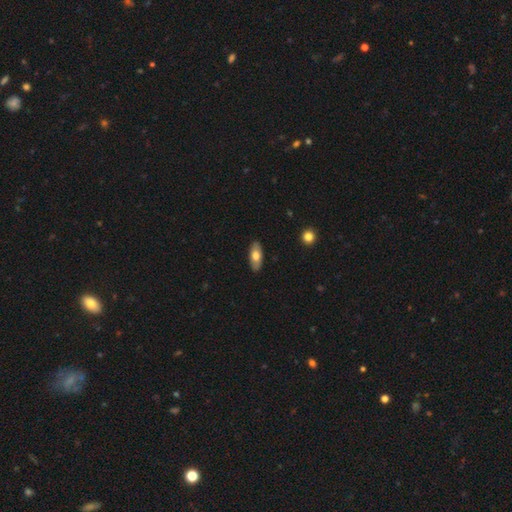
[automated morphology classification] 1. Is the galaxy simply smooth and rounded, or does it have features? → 68% smooth, 26% featured or disk, 6% star or artifact.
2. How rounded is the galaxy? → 86% in between, 12% cigar-shaped, 3% round.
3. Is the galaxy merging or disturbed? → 88% none, 9% minor disturbance, 2% major disturbance, 1% merger.